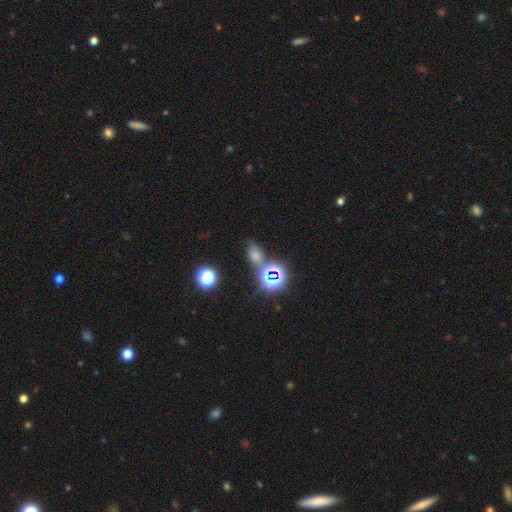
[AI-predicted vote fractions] smooth-or-featured: smooth: 55% | star or artifact: 35% | featured or disk: 10%
  how-rounded: in between: 66% | round: 30% | cigar-shaped: 4%
  merging: none: 58% | merger: 17% | minor disturbance: 17% | major disturbance: 8%